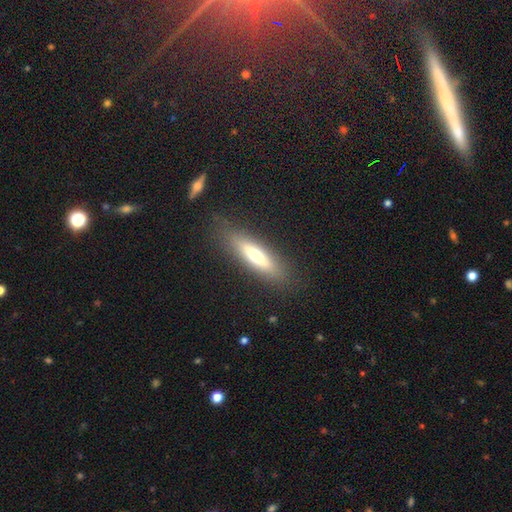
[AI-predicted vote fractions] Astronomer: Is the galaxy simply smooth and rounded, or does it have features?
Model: smooth — 57% (runner-up: featured or disk, 36%).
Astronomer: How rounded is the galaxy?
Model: cigar-shaped — 69%.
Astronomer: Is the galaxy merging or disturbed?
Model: none — 83%.